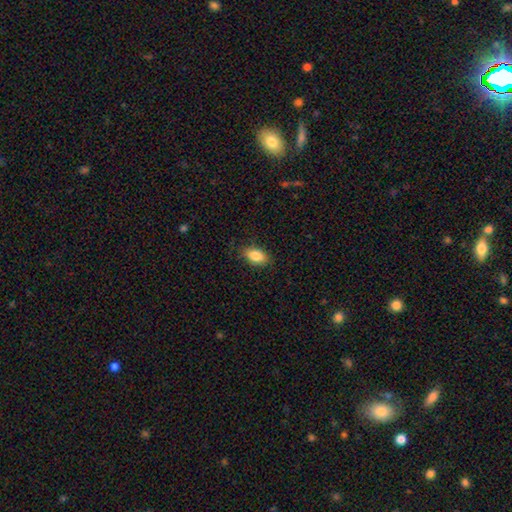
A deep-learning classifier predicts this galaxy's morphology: A smooth galaxy with no disk features (85%) that is in between round and cigar-shaped (90%). Merging: none (85%).